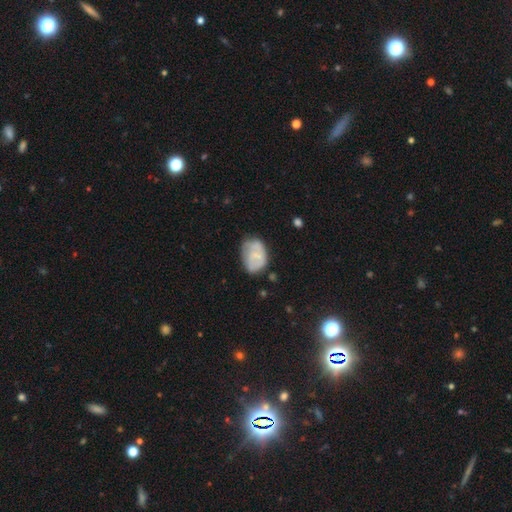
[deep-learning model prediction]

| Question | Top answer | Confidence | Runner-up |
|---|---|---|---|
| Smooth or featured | smooth | 62% | featured or disk (31%) |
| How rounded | in between | 78% | round (21%) |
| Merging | none | 46% | minor disturbance (36%) |